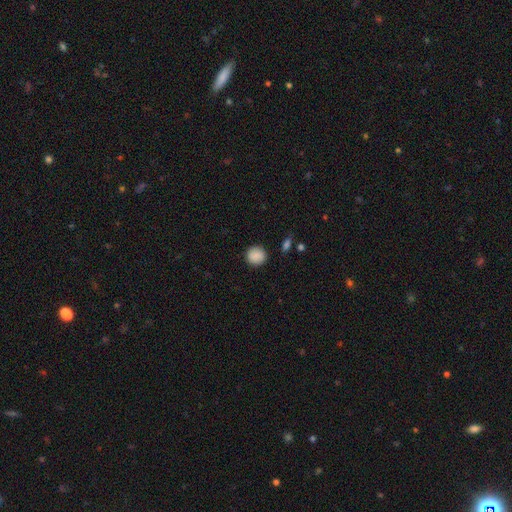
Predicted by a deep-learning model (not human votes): Smooth or featured?
  - smooth: 89% *
  - star or artifact: 8%
  - featured or disk: 3%
How rounded?
  - round: 87% *
  - in between: 12%
  - cigar-shaped: 1%
Merging?
  - none: 88% *
  - minor disturbance: 8%
  - major disturbance: 2%
  - merger: 1%